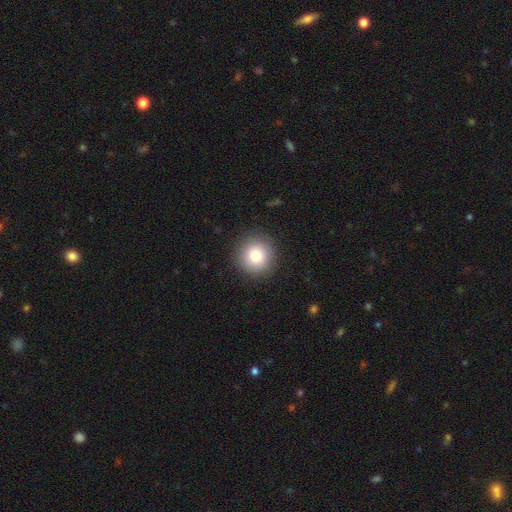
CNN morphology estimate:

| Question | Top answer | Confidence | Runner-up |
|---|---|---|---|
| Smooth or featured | smooth | 83% | star or artifact (9%) |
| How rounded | round | 94% | in between (5%) |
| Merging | none | 91% | minor disturbance (6%) |